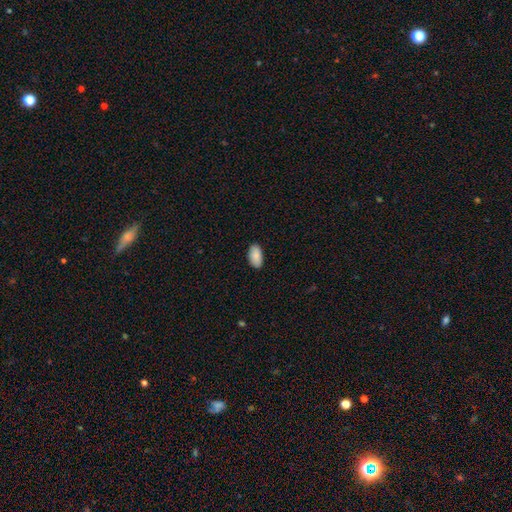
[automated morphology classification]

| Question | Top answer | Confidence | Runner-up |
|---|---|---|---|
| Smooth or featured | smooth | 89% | star or artifact (6%) |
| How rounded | in between | 95% | cigar-shaped (3%) |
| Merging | none | 88% | minor disturbance (9%) |